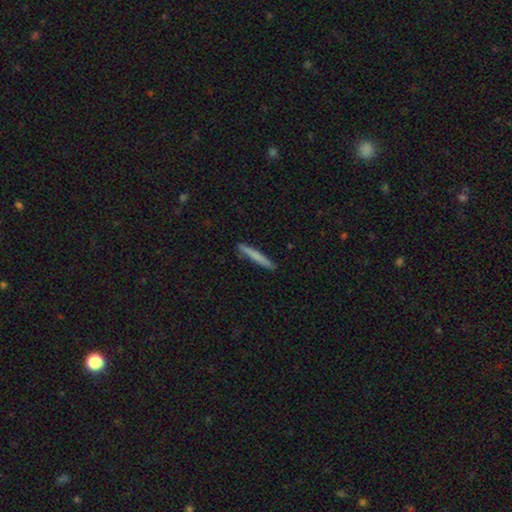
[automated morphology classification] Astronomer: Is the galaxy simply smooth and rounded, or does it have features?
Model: smooth — 72%.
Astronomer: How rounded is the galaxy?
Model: cigar-shaped — 97%.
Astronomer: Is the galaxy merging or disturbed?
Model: none — 91%.